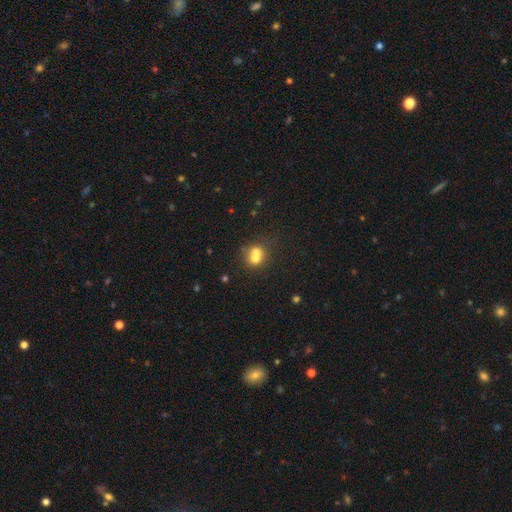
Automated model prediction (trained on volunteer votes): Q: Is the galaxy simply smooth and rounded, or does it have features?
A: smooth — 66%.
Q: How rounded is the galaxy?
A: round — 70%.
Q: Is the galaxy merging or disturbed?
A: merger — 61%.